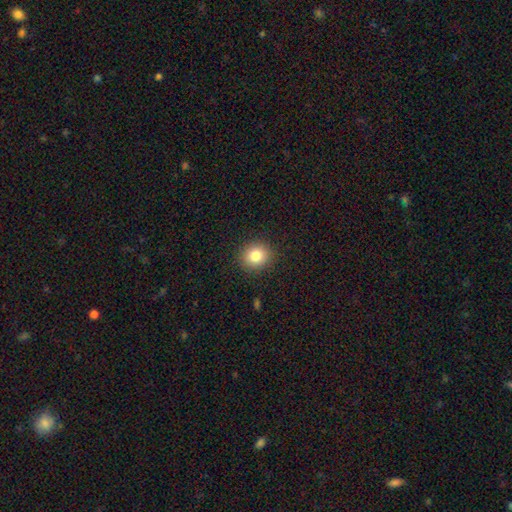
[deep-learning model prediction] smooth 82%, star or artifact 11%, featured or disk 7%. Down the decision tree: how rounded — round (80%); merging — none (90%).